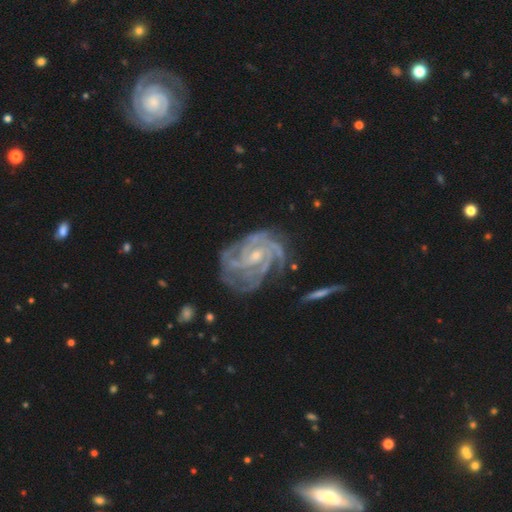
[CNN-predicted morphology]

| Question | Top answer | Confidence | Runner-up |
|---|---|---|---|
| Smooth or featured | featured or disk | 90% | star or artifact (6%) |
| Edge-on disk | no | 97% | yes (3%) |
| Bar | no | 45% | weak (43%) |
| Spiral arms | yes | 97% | no (3%) |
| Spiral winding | tight | 63% | medium (31%) |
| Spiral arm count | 4 | 29% | 3 (23%) |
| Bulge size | small | 62% | moderate (32%) |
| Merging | none | 65% | minor disturbance (21%) |